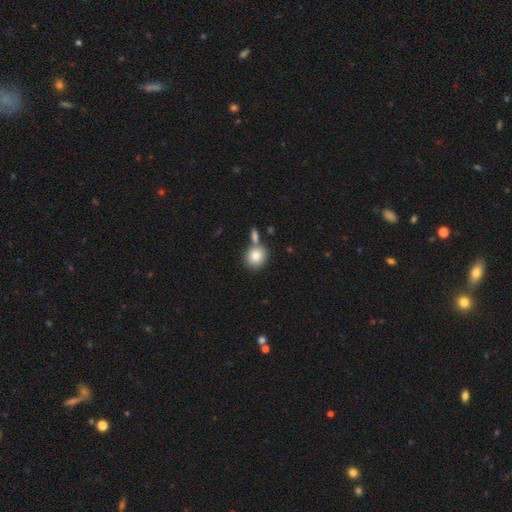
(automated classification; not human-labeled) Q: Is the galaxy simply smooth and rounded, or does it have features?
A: smooth — 83%.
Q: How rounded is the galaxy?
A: round — 81%.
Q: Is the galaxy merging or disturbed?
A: none — 61%.